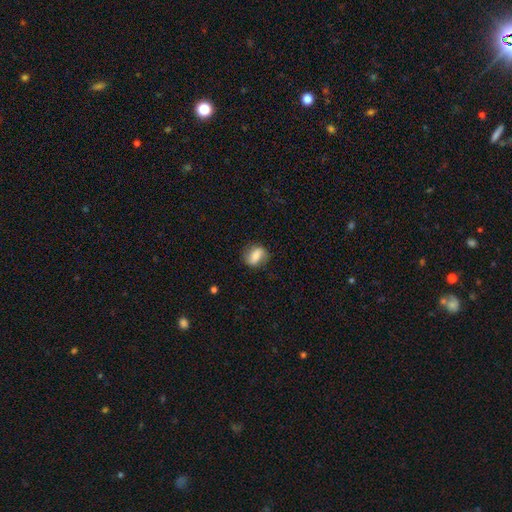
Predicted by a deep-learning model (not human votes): Smooth or featured? smooth (71%)
How rounded? in between (67%)
Merging? none (76%)